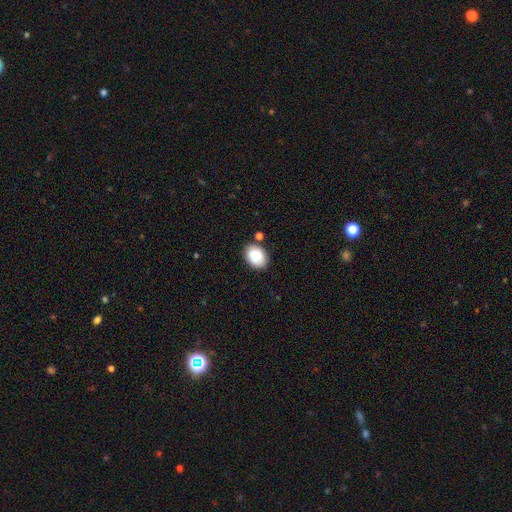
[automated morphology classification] smooth 86%, star or artifact 7%, featured or disk 7%. Down the decision tree: how rounded — in between (75%); merging — none (79%).